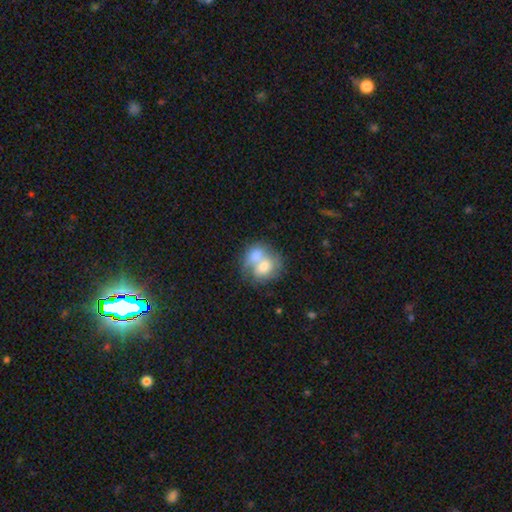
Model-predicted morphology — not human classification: smooth-or-featured: smooth: 64% | featured or disk: 29% | star or artifact: 7%
  how-rounded: round: 52% | in between: 47% | cigar-shaped: 2%
  merging: merger: 70% | none: 17% | minor disturbance: 7% | major disturbance: 5%